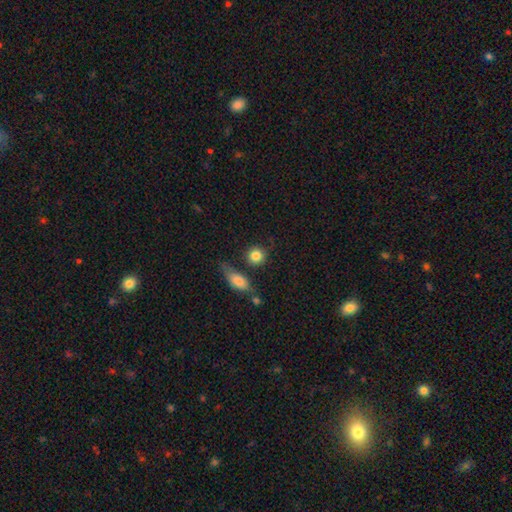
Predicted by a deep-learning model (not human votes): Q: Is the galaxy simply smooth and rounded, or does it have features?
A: smooth — 84%.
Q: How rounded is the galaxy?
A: round — 87%.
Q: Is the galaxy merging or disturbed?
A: none — 73%.